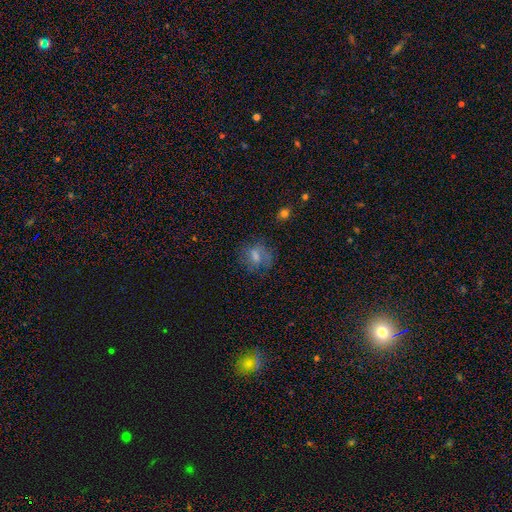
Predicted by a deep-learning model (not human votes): smooth 57%, featured or disk 30%, star or artifact 12%. Down the decision tree: how rounded — in between (49%); merging — none (58%).